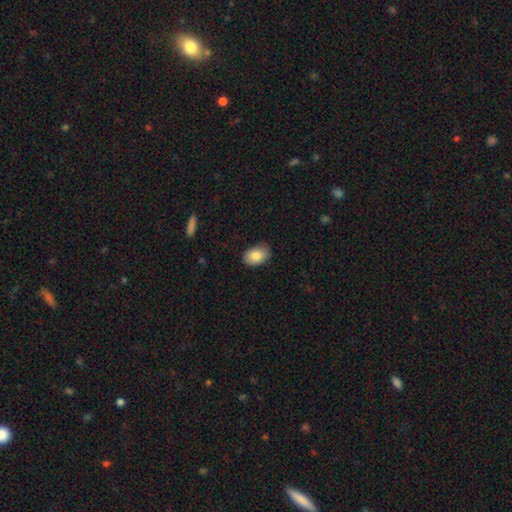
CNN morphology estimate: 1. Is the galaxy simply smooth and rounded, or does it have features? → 84% smooth, 9% featured or disk, 7% star or artifact.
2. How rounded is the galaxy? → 88% in between, 11% round, 1% cigar-shaped.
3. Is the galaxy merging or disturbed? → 83% none, 14% minor disturbance, 2% major disturbance, 1% merger.